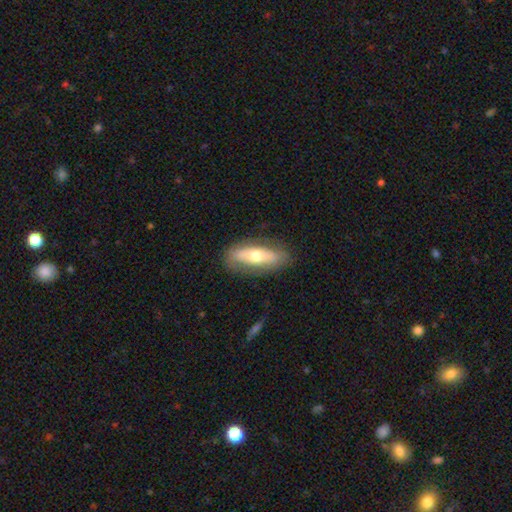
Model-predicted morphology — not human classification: Smooth or featured: smooth — 52% (featured or disk — 42%)
How rounded: in between — 65% (cigar-shaped — 32%)
Merging: none — 78% (minor disturbance — 15%)